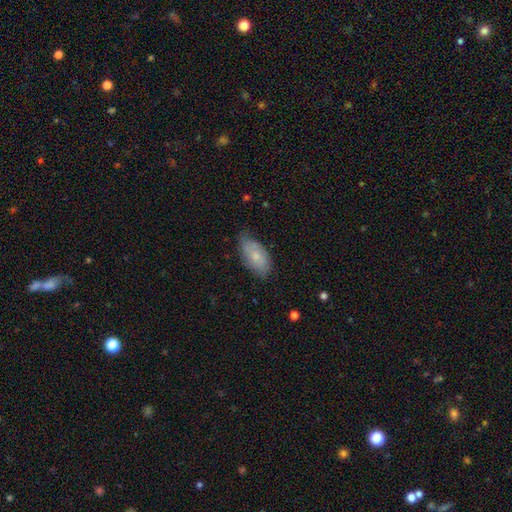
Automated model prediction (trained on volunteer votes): Smooth or featured? Predicted: smooth (p=0.69). How rounded? Predicted: in between (p=0.92). Merging? Predicted: none (p=0.61).